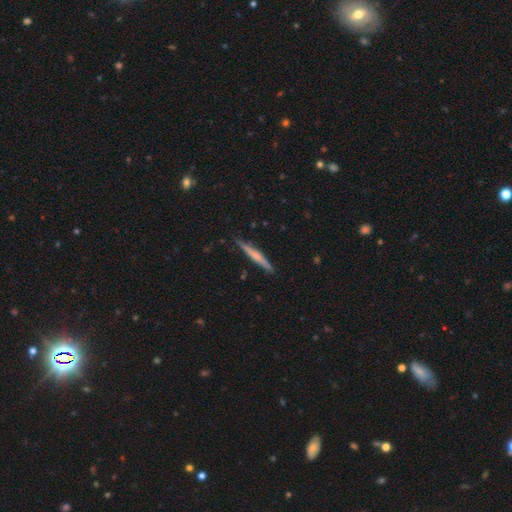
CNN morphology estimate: The model was most divided on "edge-on bulge": rounded: 46%, none: 42%, boxy: 12%. More confident: edge-on disk — yes (97%); merging — none (86%); smooth or featured — featured or disk (53%).